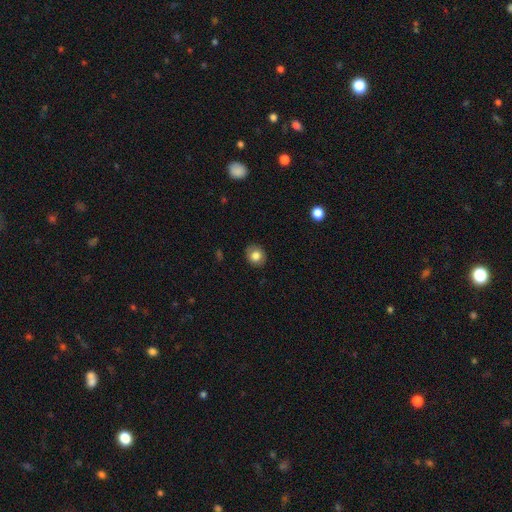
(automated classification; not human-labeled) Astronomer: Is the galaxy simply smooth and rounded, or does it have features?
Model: smooth — 81%.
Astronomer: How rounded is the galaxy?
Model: round — 77%.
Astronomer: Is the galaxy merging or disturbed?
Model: none — 87%.